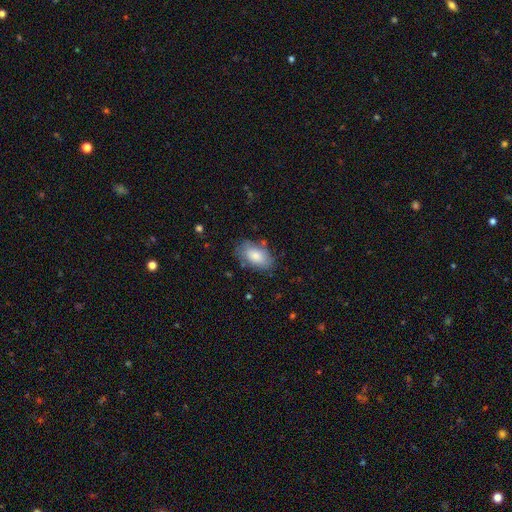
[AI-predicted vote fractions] Smooth or featured: smooth — 82% (featured or disk — 12%)
How rounded: in between — 93% (round — 5%)
Merging: none — 75% (minor disturbance — 18%)